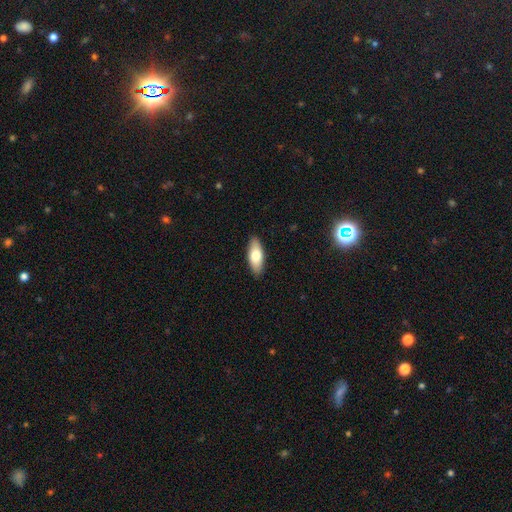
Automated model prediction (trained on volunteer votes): Smooth or featured? smooth (75%)
How rounded? in between (77%)
Merging? none (89%)